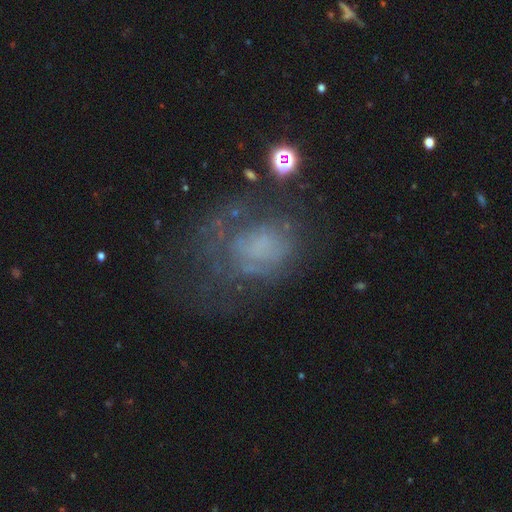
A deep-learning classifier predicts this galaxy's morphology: Overall: featured or disk (49%; smooth 31%). Merging: none (42%; major disturbance 32%).